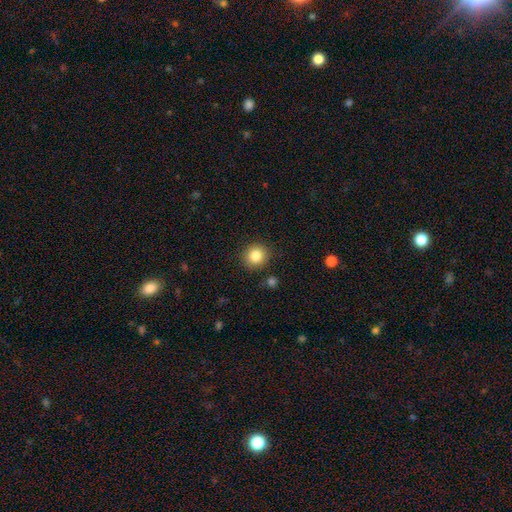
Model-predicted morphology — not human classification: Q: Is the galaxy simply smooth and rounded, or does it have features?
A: smooth — 83%.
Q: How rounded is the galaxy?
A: round — 89%.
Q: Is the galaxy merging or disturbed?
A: none — 89%.